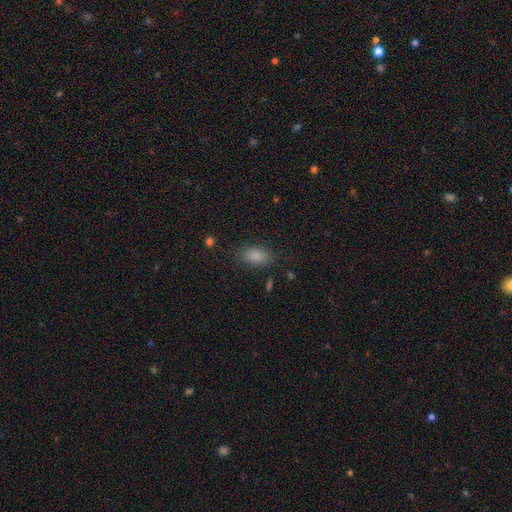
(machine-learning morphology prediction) This is clearly a smooth galaxy (86%). How rounded: clearly in between (90%). Merging: clearly none (82%).